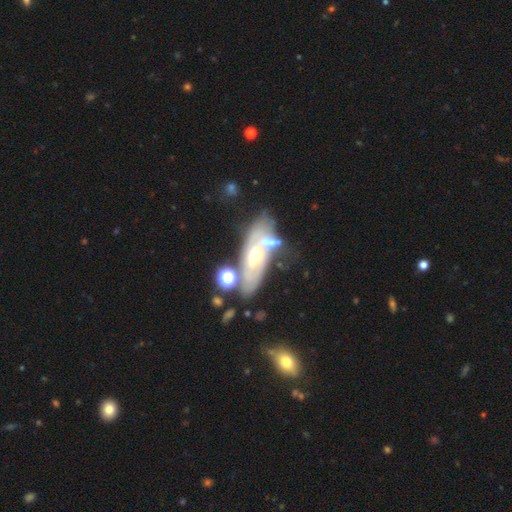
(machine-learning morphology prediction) featured or disk 73%, smooth 19%, star or artifact 8%. Down the decision tree: edge-on disk — no (80%); bar — no (71%); spiral arms — yes (54%); bulge size — moderate (69%); merging — none (39%).